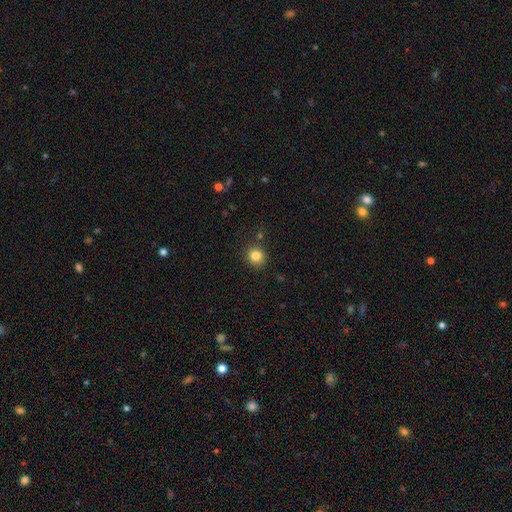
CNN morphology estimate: This is clearly a smooth galaxy (83%). How rounded: clearly round (89%). Merging: clearly none (87%).